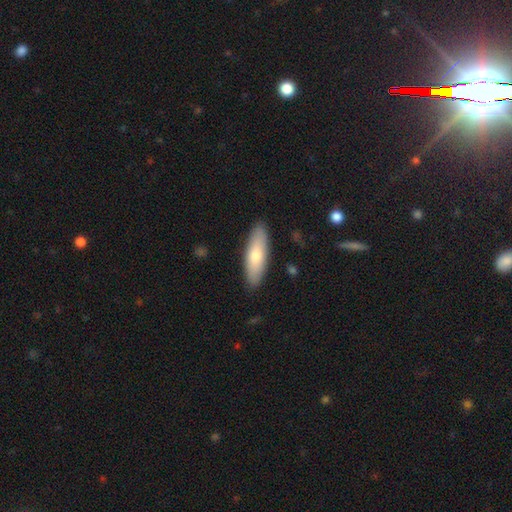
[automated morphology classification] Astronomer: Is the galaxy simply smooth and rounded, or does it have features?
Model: smooth — 72%.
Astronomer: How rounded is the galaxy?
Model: in between — 51% (runner-up: cigar-shaped, 47%).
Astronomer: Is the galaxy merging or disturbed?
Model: none — 88%.